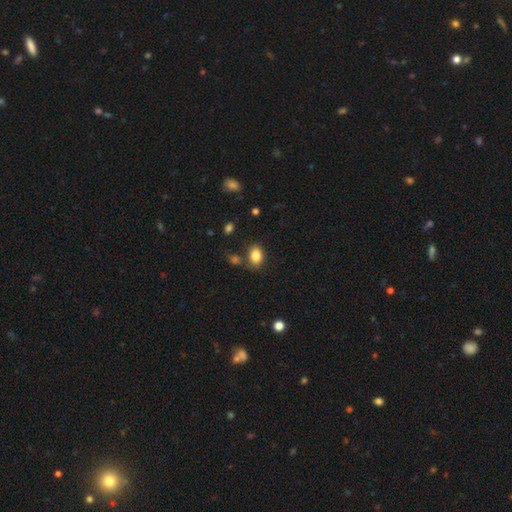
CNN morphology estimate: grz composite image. It shows a smooth galaxy with no disk features (85%) that is in between round and cigar-shaped (80%). Merging: none (75%).